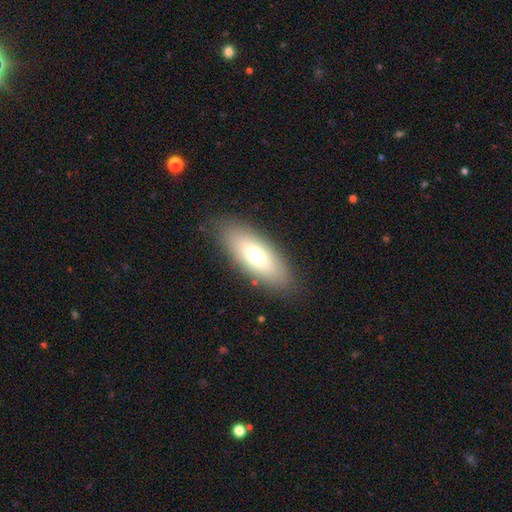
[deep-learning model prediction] The model was most divided on "smooth or featured": smooth: 68%, featured or disk: 24%, star or artifact: 8%. More confident: merging — none (86%); how rounded — in between (76%).